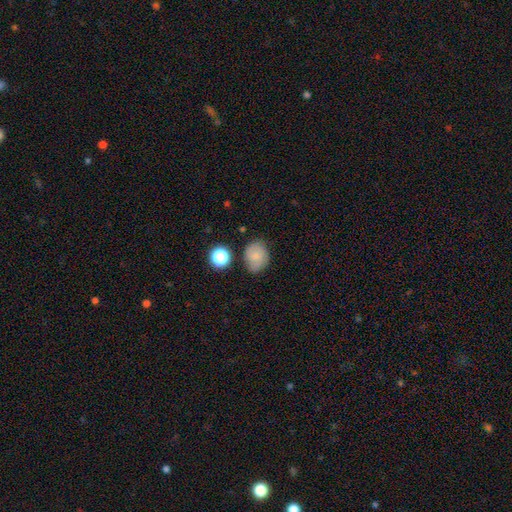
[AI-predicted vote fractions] Smooth or featured?
  - smooth: 73% *
  - featured or disk: 16%
  - star or artifact: 11%
How rounded?
  - in between: 54% *
  - round: 45%
  - cigar-shaped: 1%
Merging?
  - none: 69% *
  - minor disturbance: 21%
  - major disturbance: 5%
  - merger: 5%